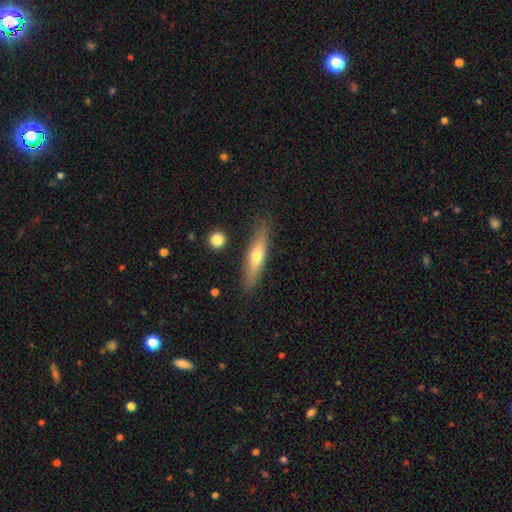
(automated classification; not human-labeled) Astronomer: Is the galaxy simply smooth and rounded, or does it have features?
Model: smooth — 54% (runner-up: featured or disk, 40%).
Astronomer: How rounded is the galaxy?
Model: cigar-shaped — 75%.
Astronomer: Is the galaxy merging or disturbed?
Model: none — 83%.